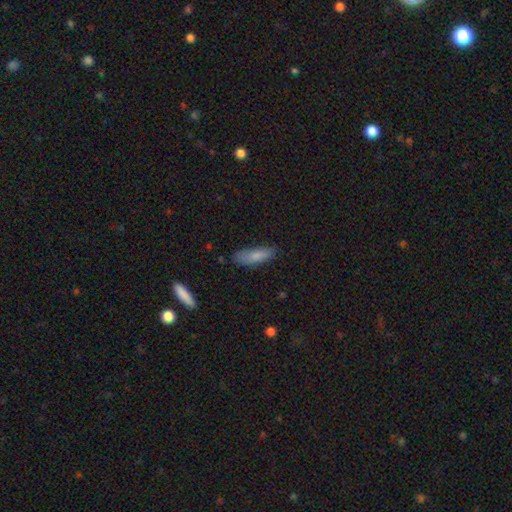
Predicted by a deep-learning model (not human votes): smooth_or_featured: smooth (p=0.81) [alt: featured or disk p=0.12]
how_rounded: cigar-shaped (p=0.51) [alt: in between p=0.47]
merging: none (p=0.73) [alt: minor disturbance p=0.20]